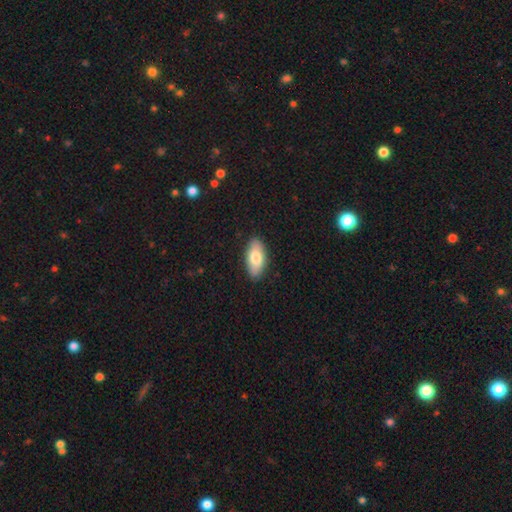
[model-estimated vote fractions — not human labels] Morphology: type=smooth (77%); roundness=in between (90%); merging=none (87%).